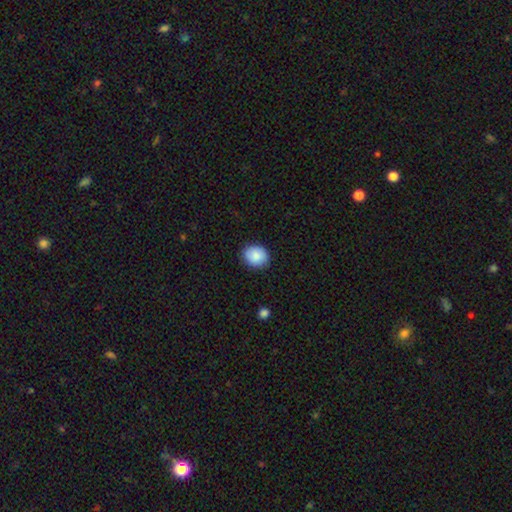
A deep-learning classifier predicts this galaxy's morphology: A smooth galaxy with no disk features (86%) that is round (64%).

Vote fractions:
- Smooth or featured? smooth: 86% / star or artifact: 7% / featured or disk: 6%
- How rounded? round: 64% / in between: 35% / cigar-shaped: 1%
- Merging? none: 86% / minor disturbance: 11% / major disturbance: 2% / merger: 1%